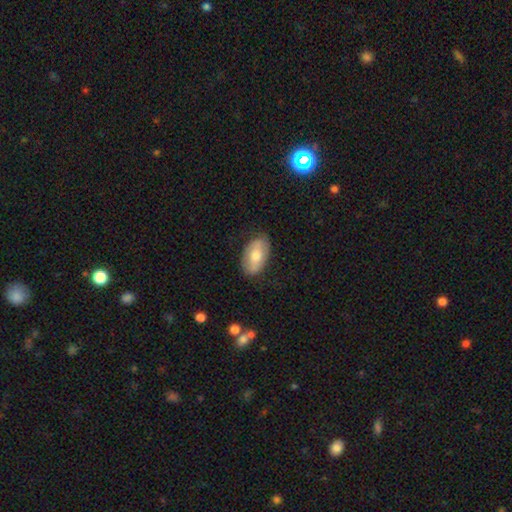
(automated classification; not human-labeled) This appears to be a smooth galaxy with no disk features (61%) that is in between round and cigar-shaped (93%). Merging: none (80%).